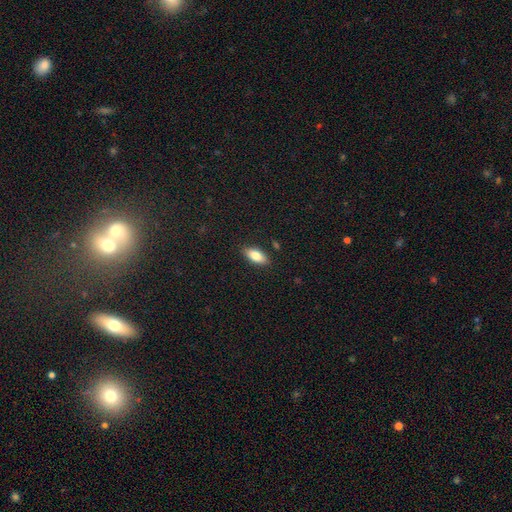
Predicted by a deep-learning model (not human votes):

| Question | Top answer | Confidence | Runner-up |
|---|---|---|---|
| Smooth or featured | smooth | 79% | featured or disk (14%) |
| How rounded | in between | 85% | cigar-shaped (12%) |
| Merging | none | 86% | minor disturbance (10%) |